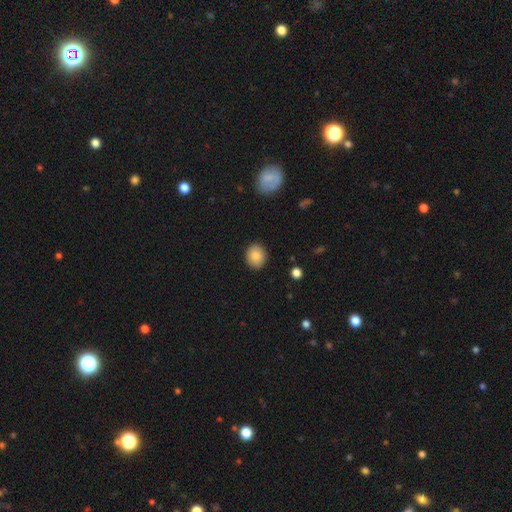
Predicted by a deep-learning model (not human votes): A smooth galaxy with no disk features (86%) that is round (75%).

Vote fractions:
- Smooth or featured? smooth: 86% / star or artifact: 8% / featured or disk: 6%
- How rounded? round: 75% / in between: 24% / cigar-shaped: 1%
- Merging? none: 90% / minor disturbance: 7% / major disturbance: 2% / merger: 1%